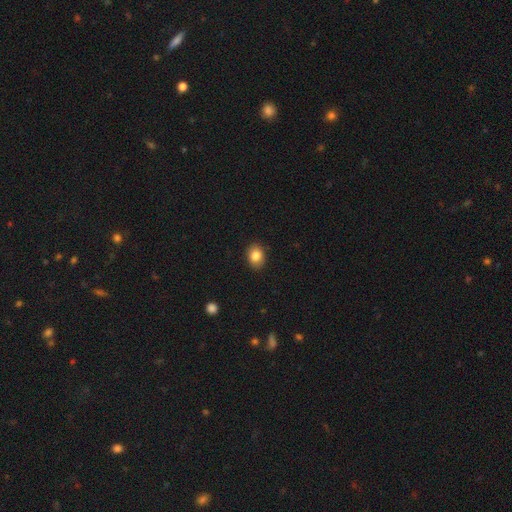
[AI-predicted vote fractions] Overall: smooth (85%). How rounded: in between (59%; round 40%). Merging: none (90%).